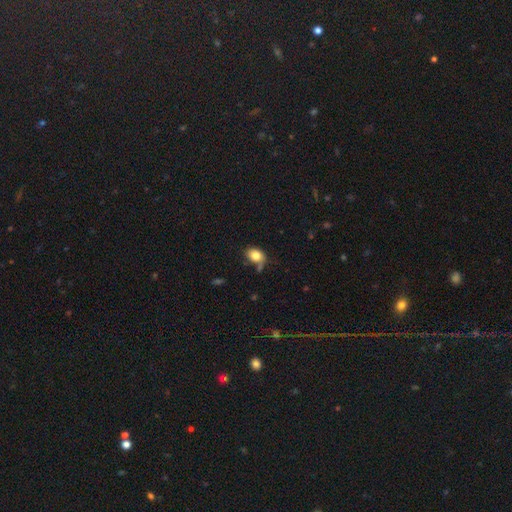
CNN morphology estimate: This appears to be a smooth galaxy with no disk features (82%) that is in between round and cigar-shaped (72%). Merging: none (60%).